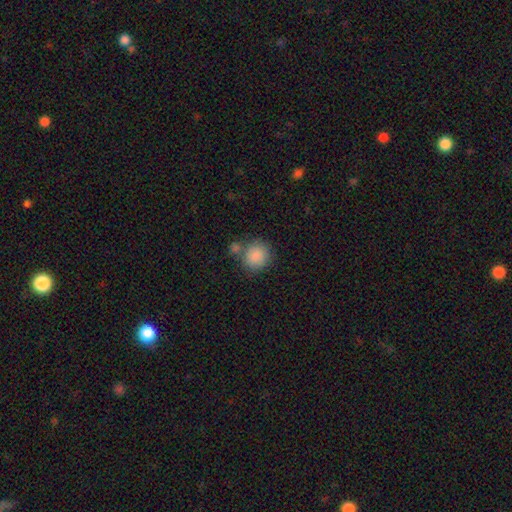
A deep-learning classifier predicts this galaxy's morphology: type=smooth (87%); roundness=round (85%); merging=none (64%).